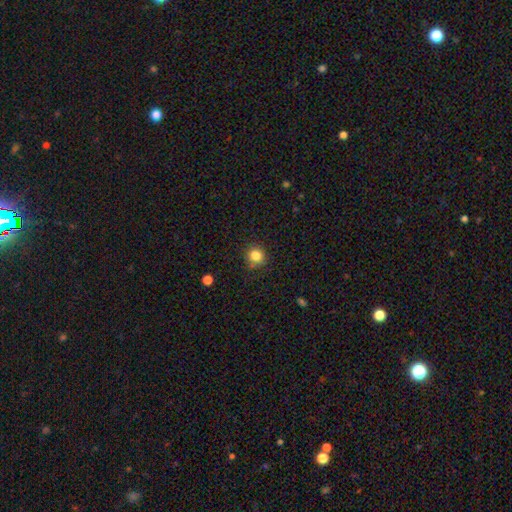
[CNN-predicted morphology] type=smooth (84%); roundness=round (89%); merging=none (83%).